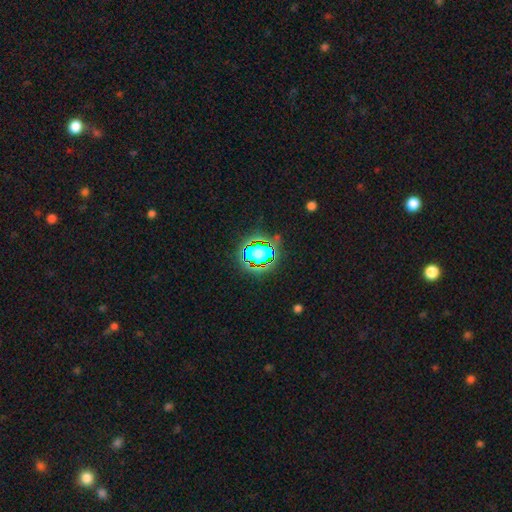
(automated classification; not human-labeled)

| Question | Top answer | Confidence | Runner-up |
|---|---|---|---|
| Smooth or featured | star or artifact | 51% | smooth (33%) |